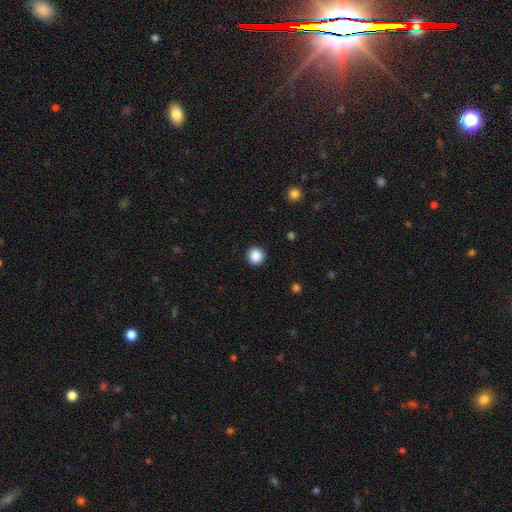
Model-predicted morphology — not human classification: Overall: smooth (88%). How rounded: round (95%). Merging: none (92%).